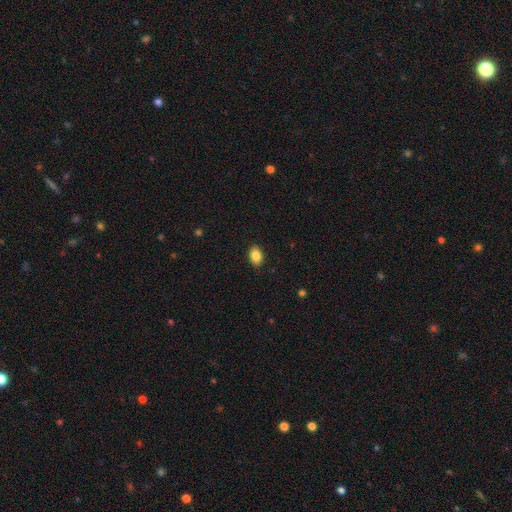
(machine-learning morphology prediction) Smooth or featured? Predicted: smooth (p=0.85). How rounded? Predicted: in between (p=0.82). Merging? Predicted: none (p=0.89).